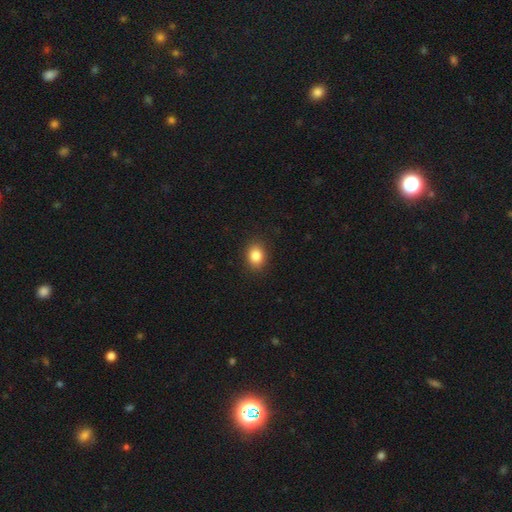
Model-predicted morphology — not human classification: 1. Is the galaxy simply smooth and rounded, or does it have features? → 85% smooth, 10% star or artifact, 5% featured or disk.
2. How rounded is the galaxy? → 57% in between, 41% round, 1% cigar-shaped.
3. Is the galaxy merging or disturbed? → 89% none, 7% minor disturbance, 2% major disturbance, 1% merger.